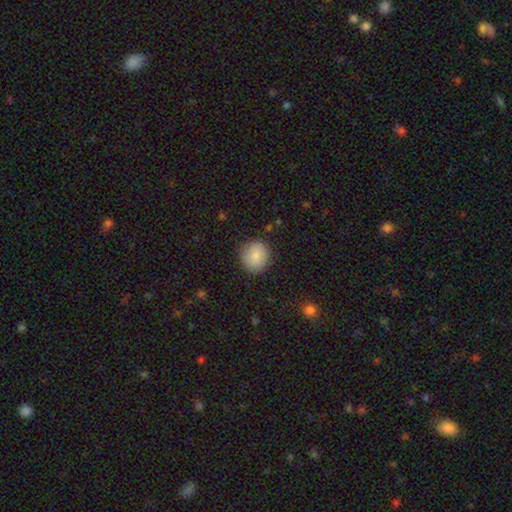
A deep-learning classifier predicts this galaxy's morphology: The model was most divided on "how rounded": round: 85%, in between: 14%, cigar-shaped: 1%. More confident: smooth or featured — smooth (87%); merging — none (86%).